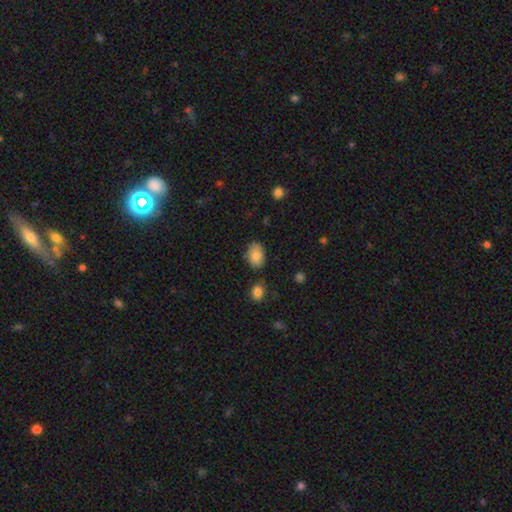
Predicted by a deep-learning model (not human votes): Morphology: type=smooth (82%); roundness=in between (82%); merging=none (71%).